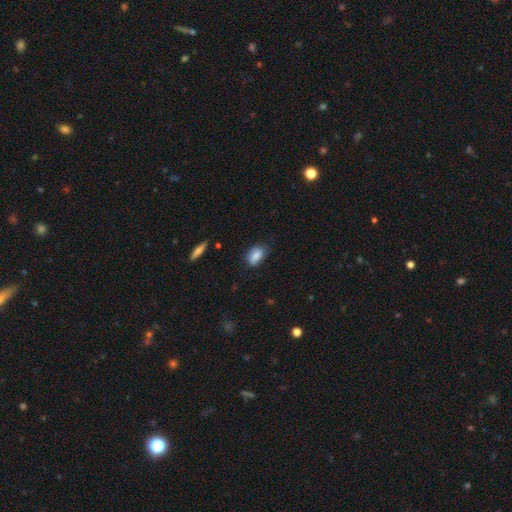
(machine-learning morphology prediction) type=smooth (82%); roundness=in between (85%); merging=none (69%).